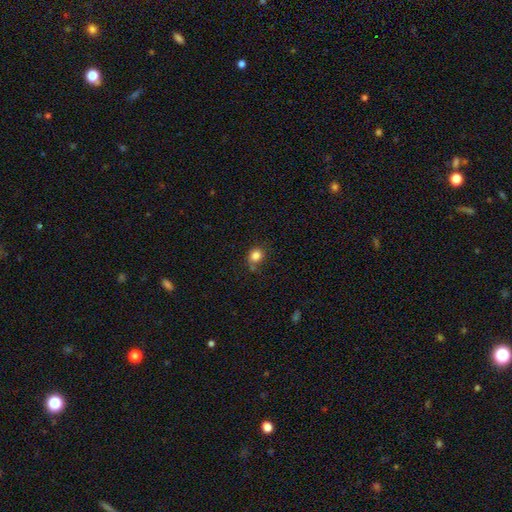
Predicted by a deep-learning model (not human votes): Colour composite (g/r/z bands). It shows a smooth galaxy with no disk features (83%) that is round (79%). Merging: none (67%).